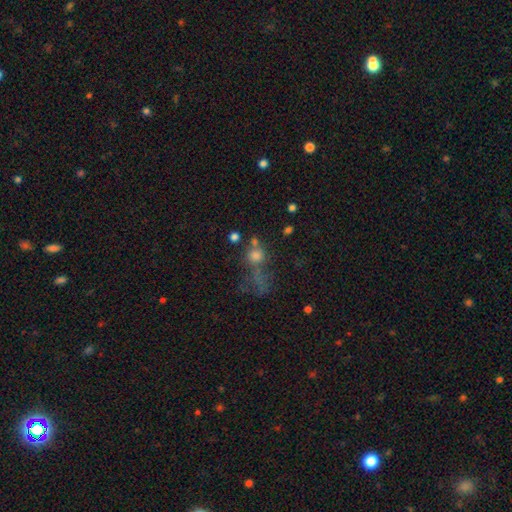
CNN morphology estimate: Smooth or featured? Predicted: smooth (p=0.64). How rounded? Predicted: round (p=0.76). Merging? Predicted: none (p=0.35).